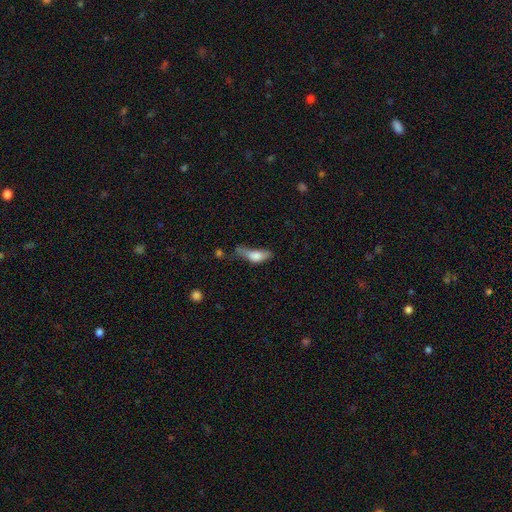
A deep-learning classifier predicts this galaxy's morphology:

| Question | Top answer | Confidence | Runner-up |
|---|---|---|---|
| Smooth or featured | smooth | 69% | featured or disk (22%) |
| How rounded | in between | 66% | cigar-shaped (28%) |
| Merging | major disturbance | 39% | minor disturbance (29%) |